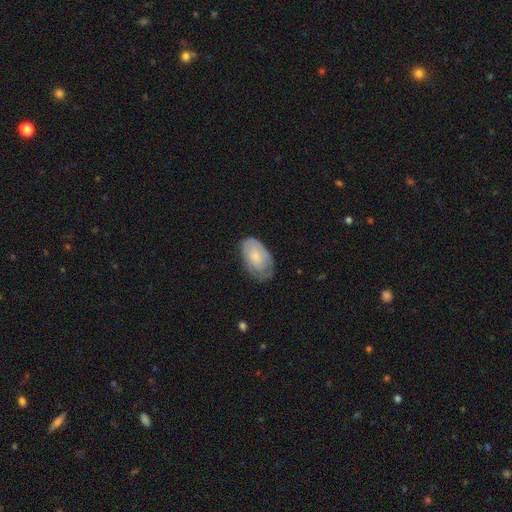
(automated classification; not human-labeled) Smooth or featured? Predicted: smooth (p=0.54). How rounded? Predicted: in between (p=0.92). Merging? Predicted: none (p=0.63).